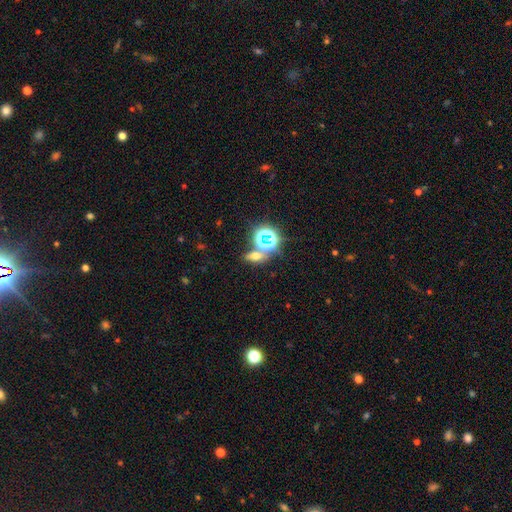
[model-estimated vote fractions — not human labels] Smooth or featured? Predicted: smooth (p=0.46). Merging? Predicted: none (p=0.70).